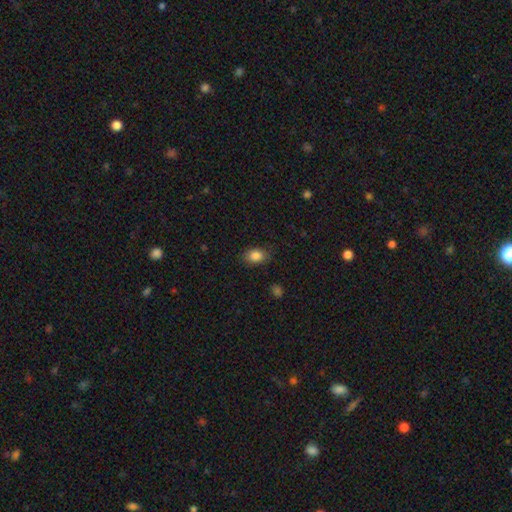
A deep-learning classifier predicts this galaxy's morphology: This appears to be a smooth galaxy with no disk features (86%) that is in between round and cigar-shaped (75%). Merging: none (82%).